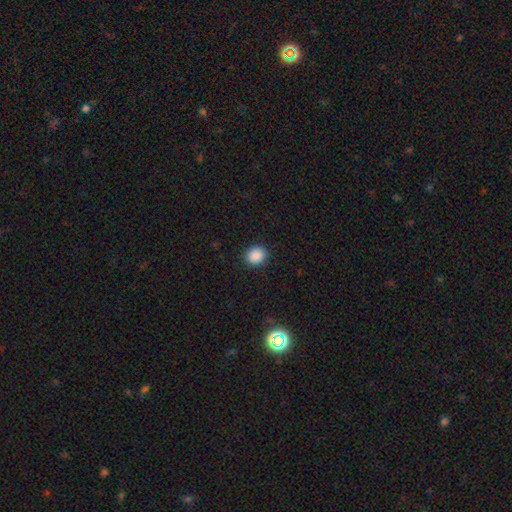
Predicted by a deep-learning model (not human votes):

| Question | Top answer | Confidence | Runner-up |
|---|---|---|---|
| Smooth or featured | smooth | 88% | star or artifact (9%) |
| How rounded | round | 76% | in between (23%) |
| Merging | none | 90% | minor disturbance (6%) |